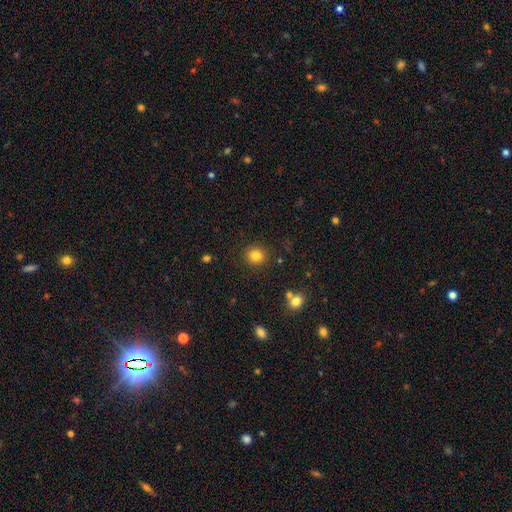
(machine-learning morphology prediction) Smooth or featured? Predicted: smooth (p=0.83). How rounded? Predicted: round (p=0.84). Merging? Predicted: none (p=0.88).